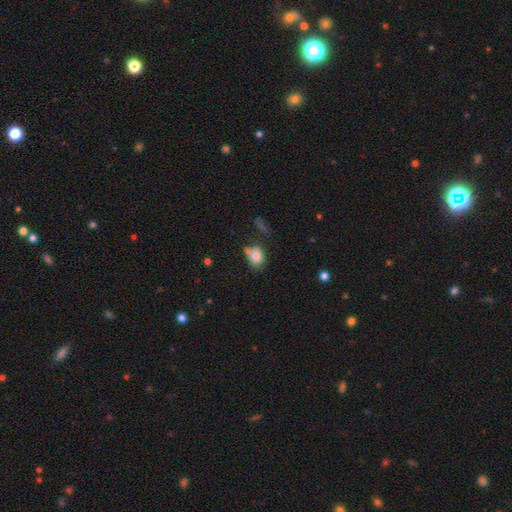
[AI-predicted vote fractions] smooth_or_featured: smooth (p=0.79) [alt: featured or disk p=0.12]
how_rounded: in between (p=0.52) [alt: round p=0.46]
merging: none (p=0.47) [alt: minor disturbance p=0.24]